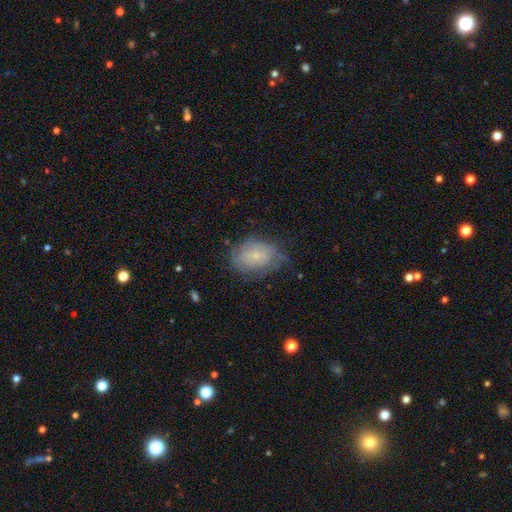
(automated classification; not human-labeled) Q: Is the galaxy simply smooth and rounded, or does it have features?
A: featured or disk — 48%.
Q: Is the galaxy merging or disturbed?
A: none — 59%.